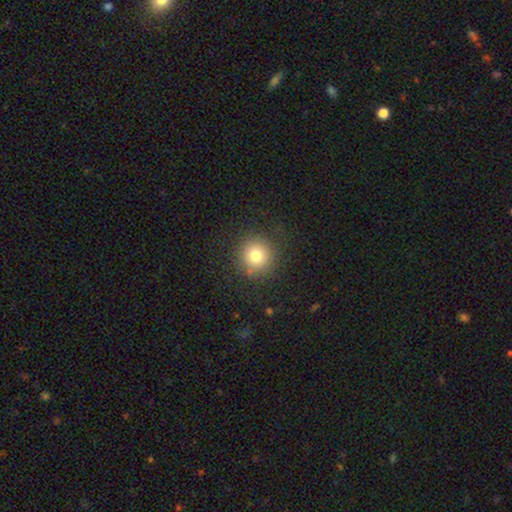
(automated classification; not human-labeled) Q: Smooth or featured?
A: smooth (77%); runner-up: star or artifact (14%)
Q: How rounded?
A: round (94%); runner-up: in between (5%)
Q: Merging?
A: none (86%); runner-up: minor disturbance (9%)